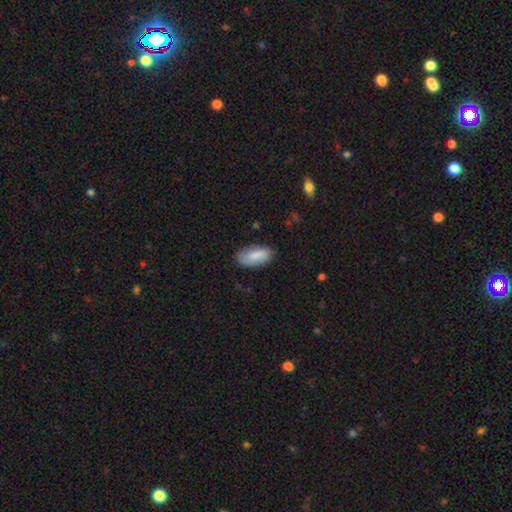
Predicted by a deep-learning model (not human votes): Overall: smooth (82%). How rounded: in between (91%). Merging: none (80%).